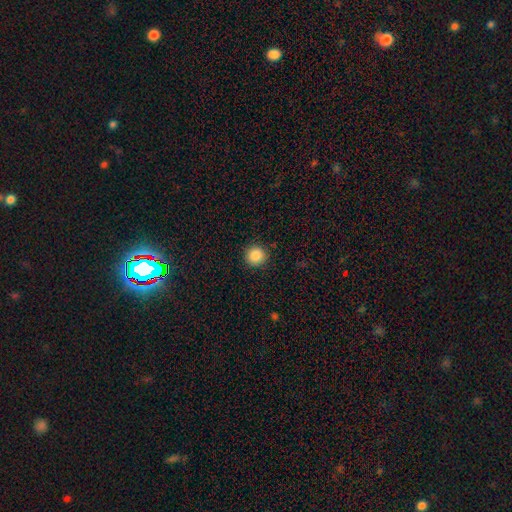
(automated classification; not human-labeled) A smooth galaxy with no disk features (87%) that is round (94%). Merging: none (91%).